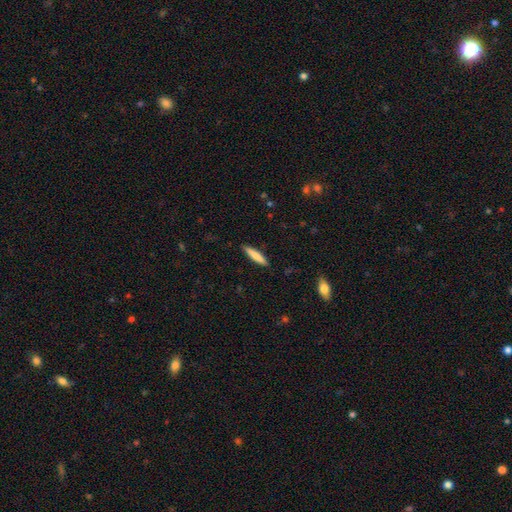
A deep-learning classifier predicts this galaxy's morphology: Smooth or featured? Predicted: smooth (p=0.75). How rounded? Predicted: cigar-shaped (p=0.86). Merging? Predicted: none (p=0.89).